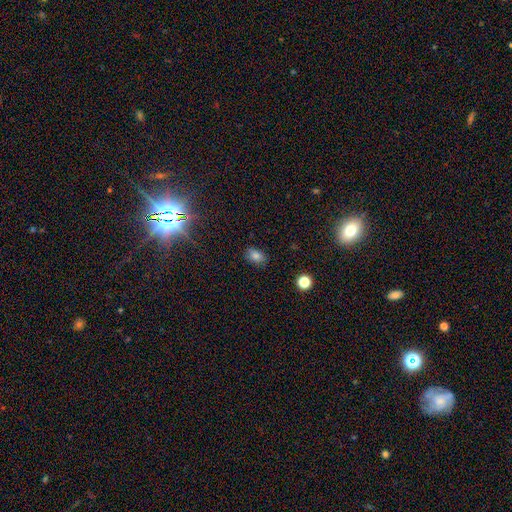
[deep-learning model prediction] A smooth galaxy with no disk features (78%) that is in between round and cigar-shaped (81%). Merging: none (83%).